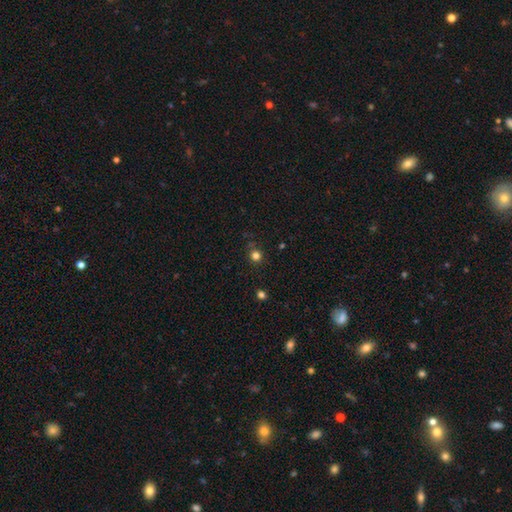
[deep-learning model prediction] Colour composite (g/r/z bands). It shows a smooth galaxy with no disk features (77%) that is round (91%). Merging: none (84%).